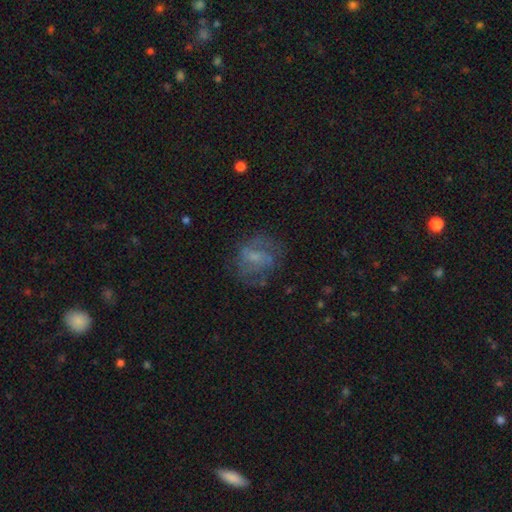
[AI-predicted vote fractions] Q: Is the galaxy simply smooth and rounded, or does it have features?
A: featured or disk — 57%.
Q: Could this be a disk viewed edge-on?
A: no — 97%.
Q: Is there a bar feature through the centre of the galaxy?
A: no — 46%.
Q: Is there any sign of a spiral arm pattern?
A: yes — 70%.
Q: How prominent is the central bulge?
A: small — 44%.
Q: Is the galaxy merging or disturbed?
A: none — 61%.